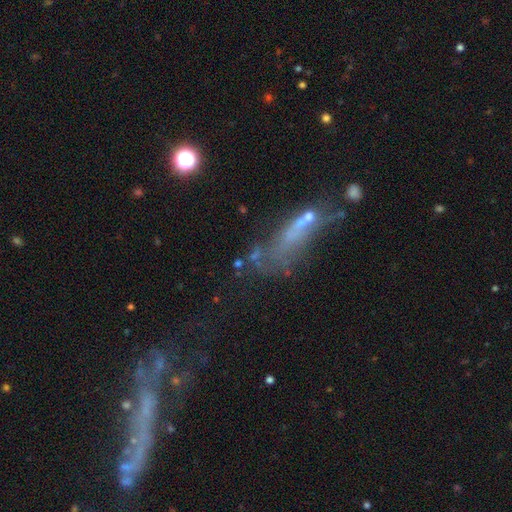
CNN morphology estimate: Smooth or featured? Predicted: smooth (p=0.38). Merging? Predicted: none (p=0.31).